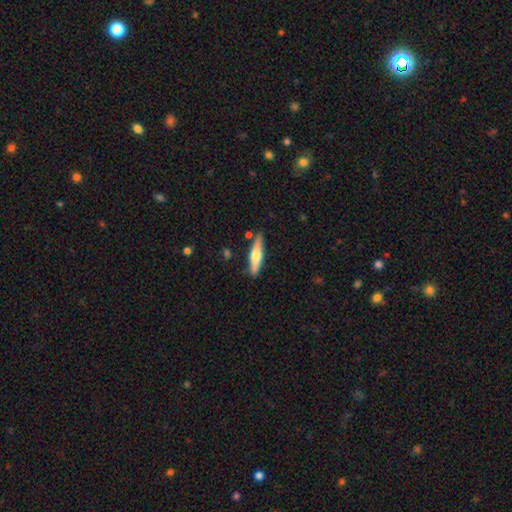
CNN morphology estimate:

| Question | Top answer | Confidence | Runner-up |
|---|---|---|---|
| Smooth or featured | smooth | 50% | featured or disk (44%) |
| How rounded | cigar-shaped | 76% | in between (22%) |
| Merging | none | 82% | minor disturbance (12%) |